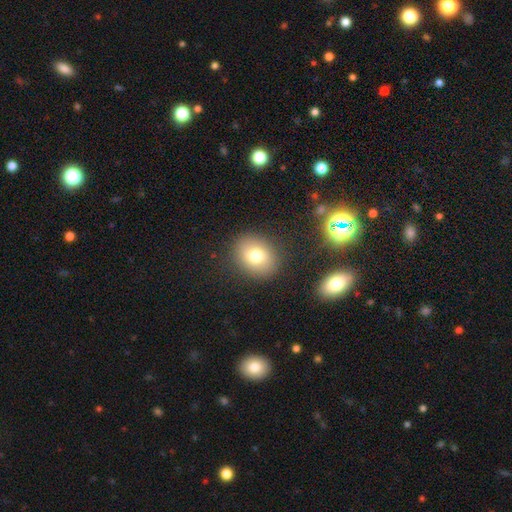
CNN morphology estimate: Smooth or featured?
  - smooth: 75% *
  - featured or disk: 13%
  - star or artifact: 12%
How rounded?
  - round: 60% *
  - in between: 39%
  - cigar-shaped: 1%
Merging?
  - none: 86% *
  - minor disturbance: 9%
  - major disturbance: 3%
  - merger: 2%